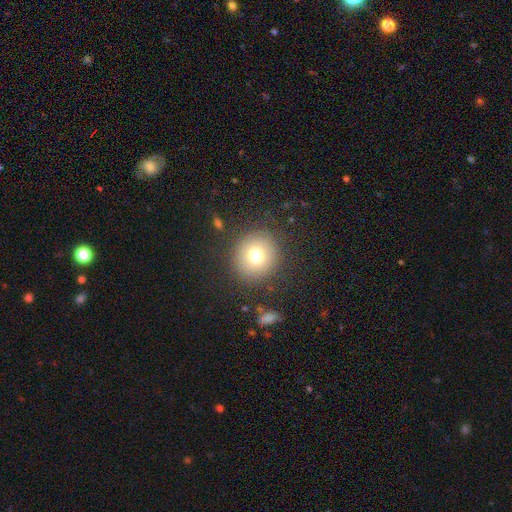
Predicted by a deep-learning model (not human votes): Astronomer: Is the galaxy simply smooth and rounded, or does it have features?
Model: smooth — 73%.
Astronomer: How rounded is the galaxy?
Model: round — 91%.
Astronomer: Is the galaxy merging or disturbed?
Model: none — 86%.